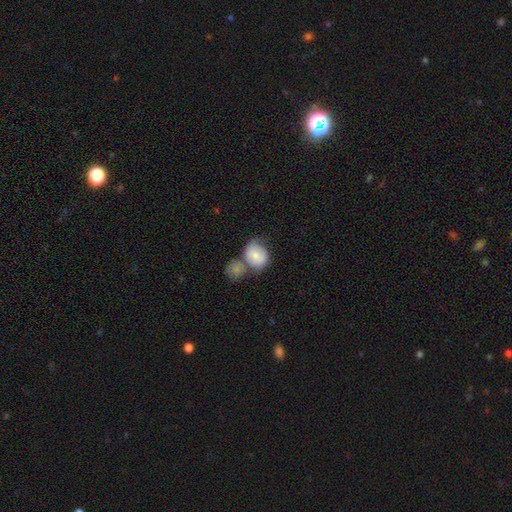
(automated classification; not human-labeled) Smooth or featured?
  - smooth: 77% *
  - featured or disk: 16%
  - star or artifact: 7%
How rounded?
  - in between: 50% *
  - round: 49%
  - cigar-shaped: 1%
Merging?
  - merger: 44% *
  - none: 32%
  - minor disturbance: 16%
  - major disturbance: 7%